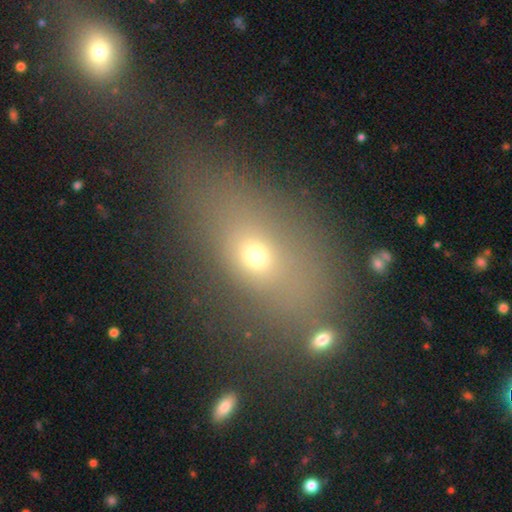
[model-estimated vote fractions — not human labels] smooth-or-featured: smooth: 61% | star or artifact: 21% | featured or disk: 18%
  how-rounded: in between: 67% | round: 25% | cigar-shaped: 8%
  merging: none: 65% | minor disturbance: 16% | major disturbance: 11% | merger: 8%